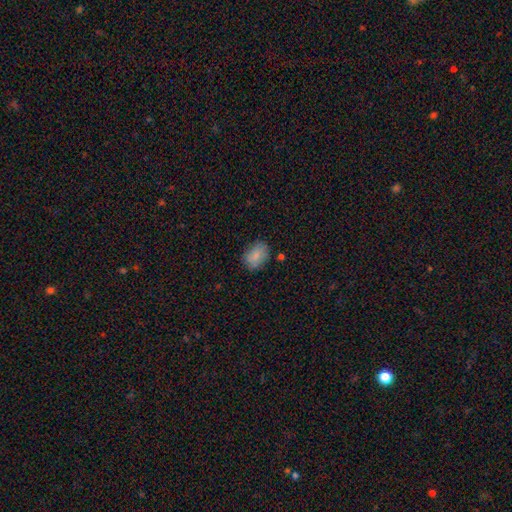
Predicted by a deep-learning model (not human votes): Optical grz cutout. It shows a smooth galaxy with no disk features (83%) that is in between round and cigar-shaped (71%). Merging: none (77%).